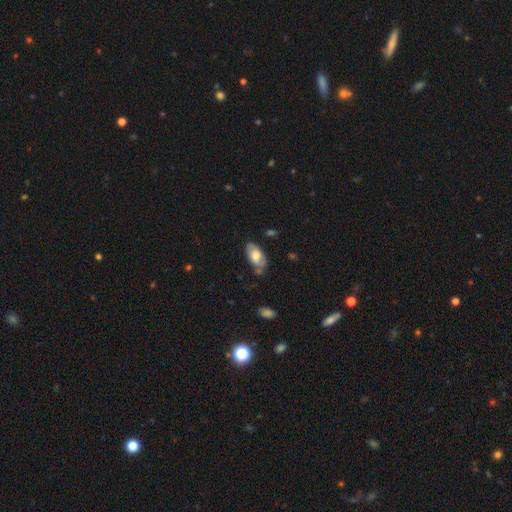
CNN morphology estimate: smooth_or_featured: smooth (p=0.66) [alt: featured or disk p=0.28]
how_rounded: in between (p=0.94) [alt: cigar-shaped p=0.03]
merging: none (p=0.65) [alt: minor disturbance p=0.24]